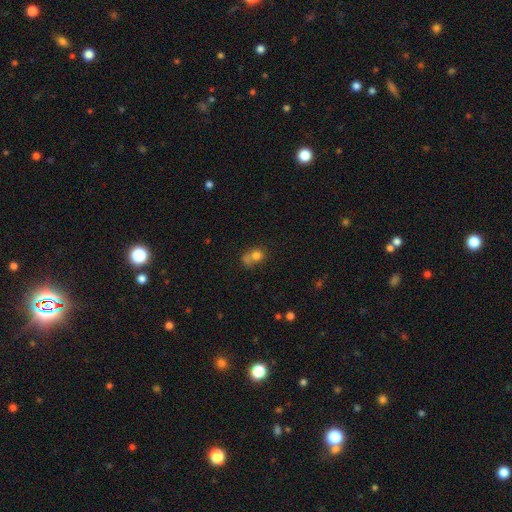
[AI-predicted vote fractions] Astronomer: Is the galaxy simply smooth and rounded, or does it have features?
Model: smooth — 75%.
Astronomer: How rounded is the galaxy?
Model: round — 68%.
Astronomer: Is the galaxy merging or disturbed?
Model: merger — 41% (runner-up: none, 36%).